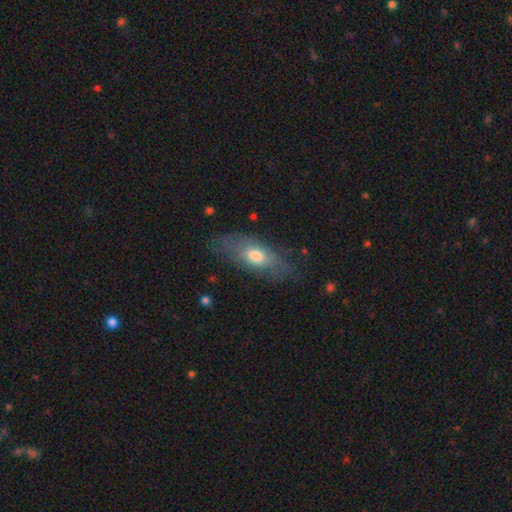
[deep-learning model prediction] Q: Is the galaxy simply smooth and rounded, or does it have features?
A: smooth — 61%.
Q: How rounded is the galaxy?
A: in between — 76%.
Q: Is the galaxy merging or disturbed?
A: none — 70%.